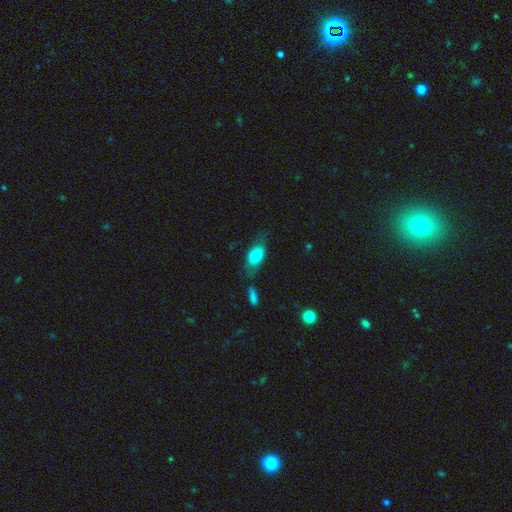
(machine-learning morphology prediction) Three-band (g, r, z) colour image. It shows a smooth galaxy with no disk features (77%) that is in between round and cigar-shaped (85%). Merging: none (59%).